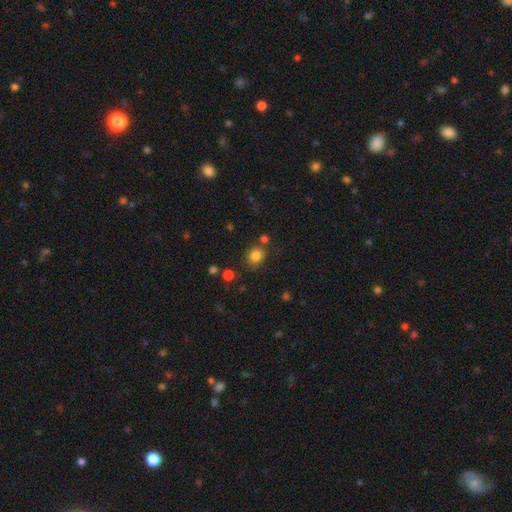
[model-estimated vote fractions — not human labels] The model was most divided on "how rounded": round: 68%, in between: 31%, cigar-shaped: 1%. More confident: smooth or featured — smooth (82%); merging — none (74%).